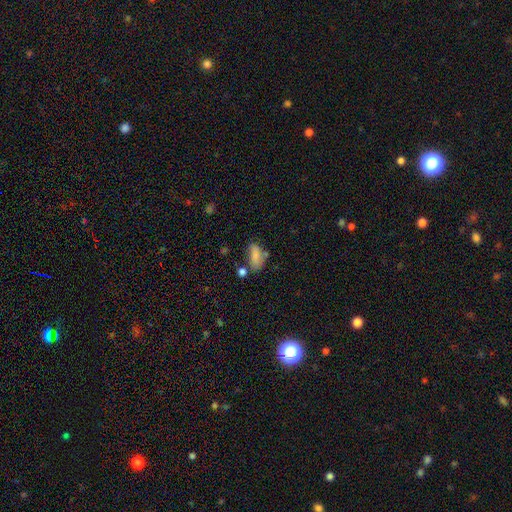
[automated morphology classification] Q: Smooth or featured?
A: smooth (80%); runner-up: featured or disk (11%)
Q: How rounded?
A: in between (86%); runner-up: cigar-shaped (10%)
Q: Merging?
A: none (52%); runner-up: minor disturbance (24%)